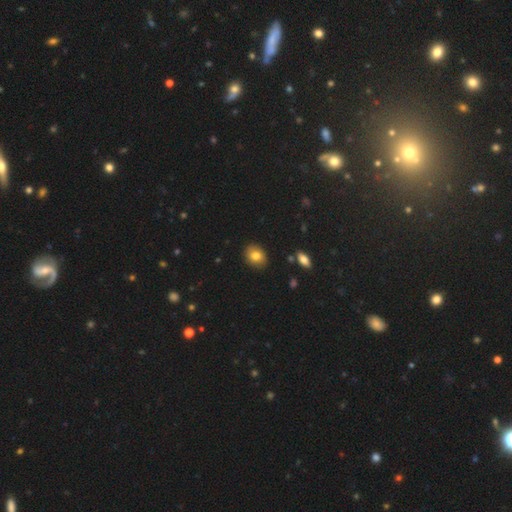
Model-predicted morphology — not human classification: Smooth or featured?
  - smooth: 80% *
  - featured or disk: 11%
  - star or artifact: 9%
How rounded?
  - in between: 55% *
  - round: 44%
  - cigar-shaped: 1%
Merging?
  - none: 88% *
  - minor disturbance: 9%
  - major disturbance: 2%
  - merger: 2%